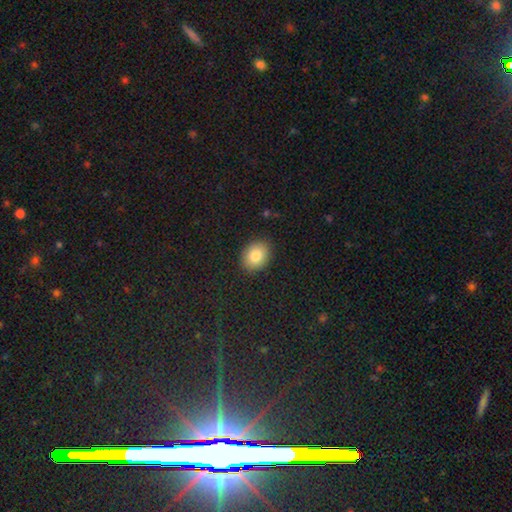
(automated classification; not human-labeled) Smooth or featured? Predicted: smooth (p=0.83). How rounded? Predicted: in between (p=0.56). Merging? Predicted: none (p=0.88).